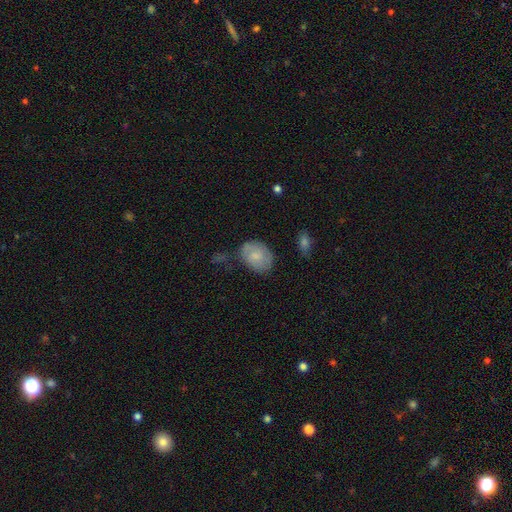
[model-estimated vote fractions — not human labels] Smooth or featured? smooth (70%)
How rounded? in between (68%)
Merging? none (66%)